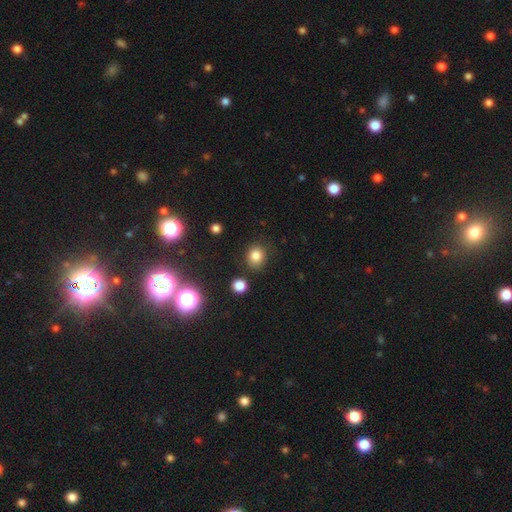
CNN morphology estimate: Q: Smooth or featured?
A: smooth (81%); runner-up: star or artifact (13%)
Q: How rounded?
A: round (75%); runner-up: in between (24%)
Q: Merging?
A: none (80%); runner-up: minor disturbance (12%)